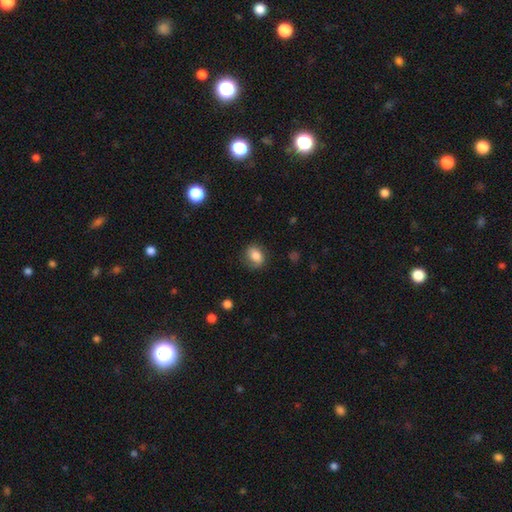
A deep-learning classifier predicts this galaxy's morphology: smooth 81%, featured or disk 11%, star or artifact 8%. Down the decision tree: how rounded — in between (62%); merging — none (74%).